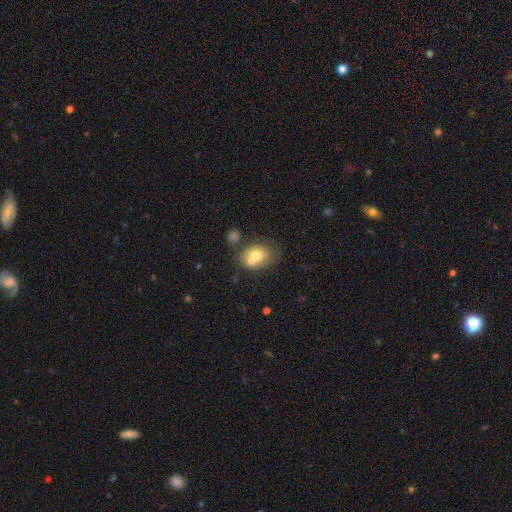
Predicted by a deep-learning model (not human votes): smooth_or_featured: smooth (p=0.72) [alt: featured or disk p=0.19]
how_rounded: in between (p=0.50) [alt: round p=0.49]
merging: none (p=0.46) [alt: merger p=0.32]